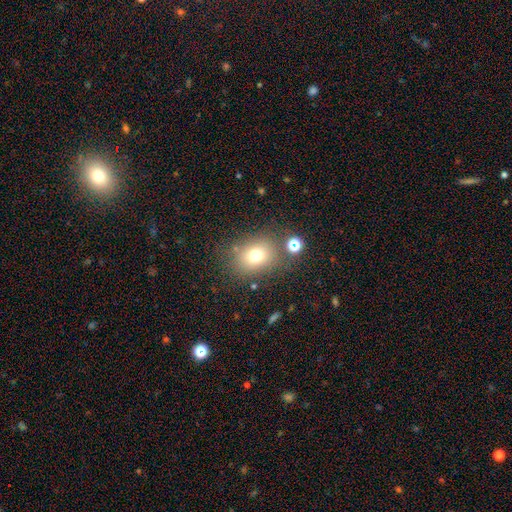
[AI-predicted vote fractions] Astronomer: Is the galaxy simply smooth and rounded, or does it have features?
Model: smooth — 72%.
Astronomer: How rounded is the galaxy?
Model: round — 56% (runner-up: in between, 43%).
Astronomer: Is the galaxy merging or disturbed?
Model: none — 75%.